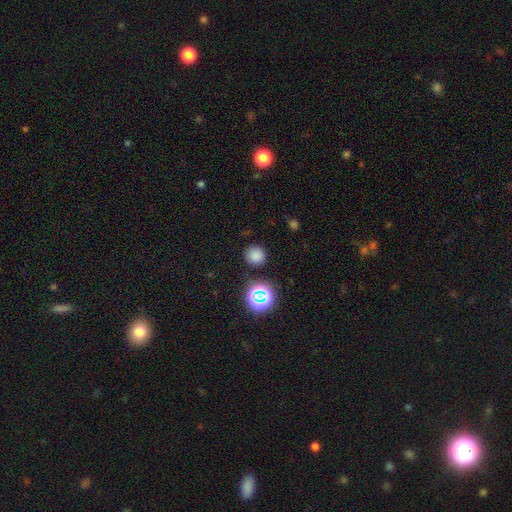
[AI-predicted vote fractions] This is likely a smooth galaxy (76%). How rounded: clearly round (91%). Merging: clearly none (87%).